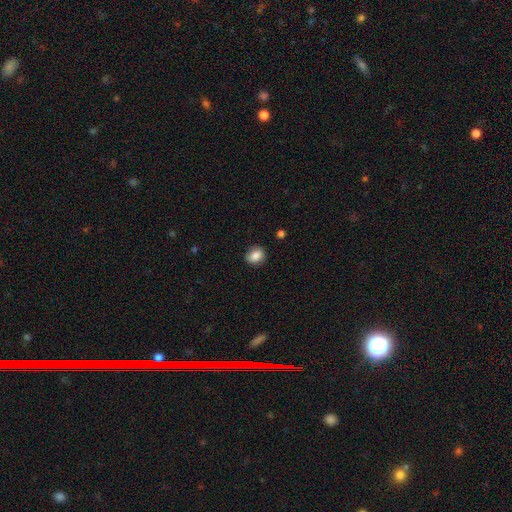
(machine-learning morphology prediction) Smooth or featured? smooth (83%)
How rounded? round (64%)
Merging? none (86%)